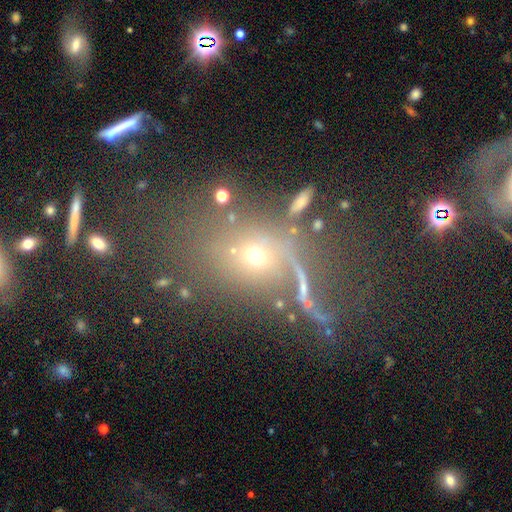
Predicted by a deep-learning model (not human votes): Smooth or featured? Predicted: star or artifact (p=0.40).